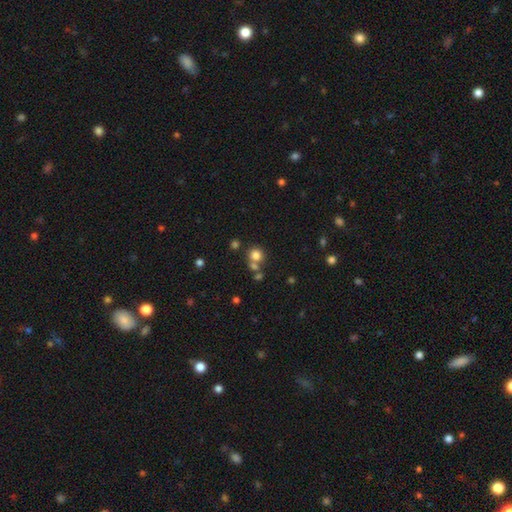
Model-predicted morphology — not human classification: type=smooth (78%); roundness=round (88%); merging=none (62%).